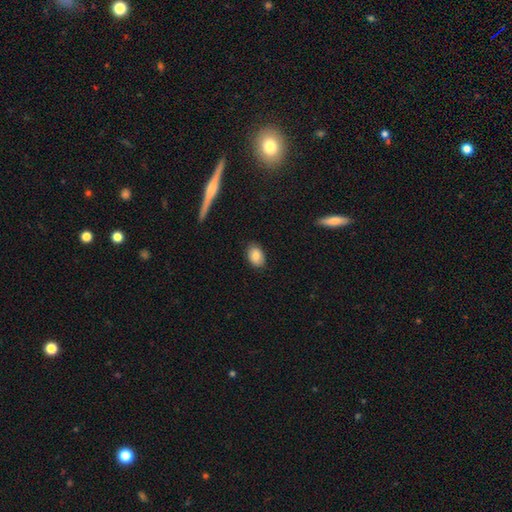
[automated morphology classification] A smooth galaxy with no disk features (82%) that is in between round and cigar-shaped (84%).

Vote fractions:
- Smooth or featured? smooth: 82% / featured or disk: 11% / star or artifact: 7%
- How rounded? in between: 84% / round: 15% / cigar-shaped: 1%
- Merging? none: 85% / minor disturbance: 11% / major disturbance: 2% / merger: 1%